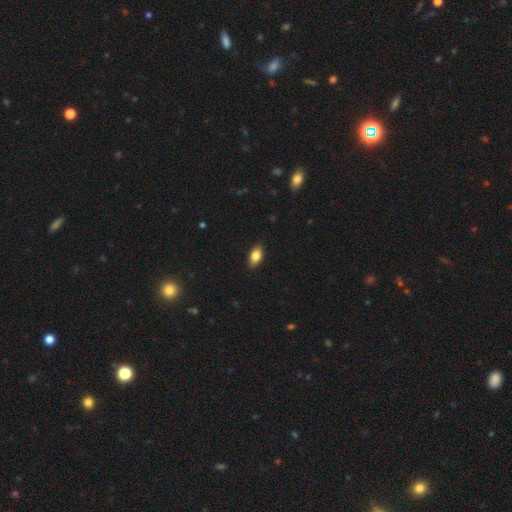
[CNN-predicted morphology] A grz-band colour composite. It shows a smooth galaxy with no disk features (82%) that is in between round and cigar-shaped (90%). Merging: none (88%).